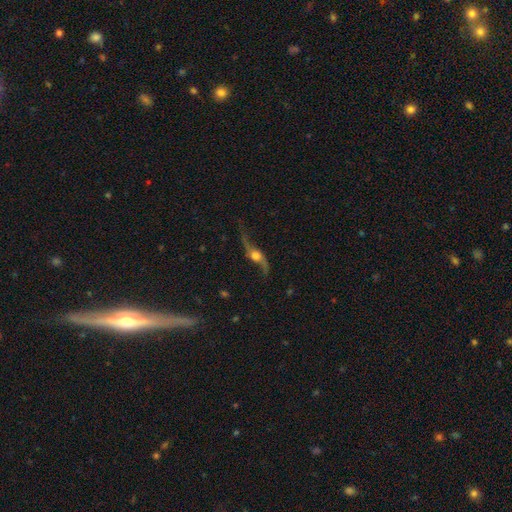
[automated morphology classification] Overall: featured or disk (80%). Edge-on disk: no (68%; yes 32%). Bar: no (71%). Spiral arms: yes (92%). Spiral arm count: 2 (92%). Spiral winding: loose (93%). Bulge size: moderate (53%; large 27%). Merging: none (62%).